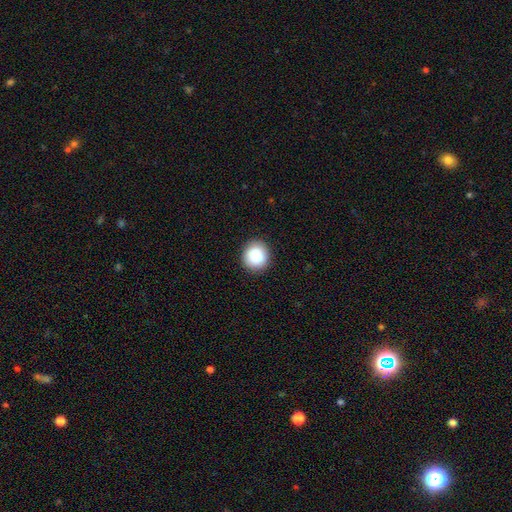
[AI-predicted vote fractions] smooth-or-featured: smooth: 89% | star or artifact: 8% | featured or disk: 3%
  how-rounded: round: 89% | in between: 10% | cigar-shaped: 1%
  merging: none: 90% | minor disturbance: 7% | major disturbance: 2% | merger: 1%